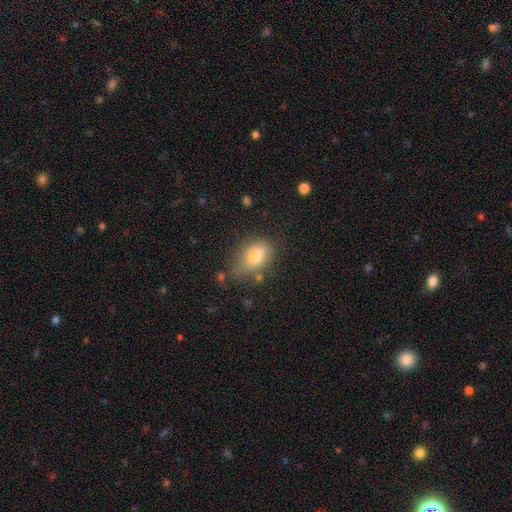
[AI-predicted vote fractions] smooth-or-featured: smooth: 77% | featured or disk: 13% | star or artifact: 10%
  how-rounded: in between: 81% | round: 17% | cigar-shaped: 2%
  merging: none: 61% | minor disturbance: 27% | major disturbance: 7% | merger: 4%